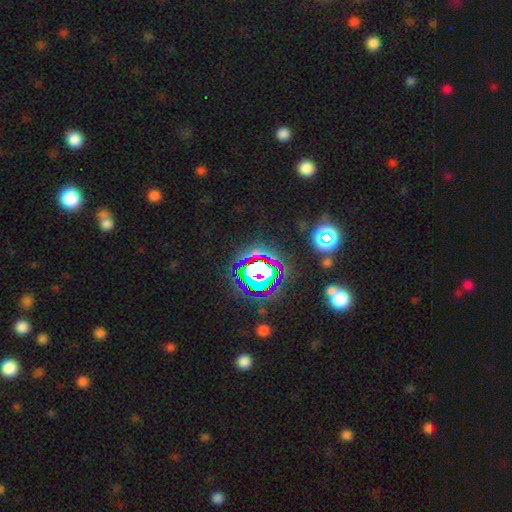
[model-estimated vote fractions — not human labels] This is likely a star or artifact rather than a galaxy (70%).